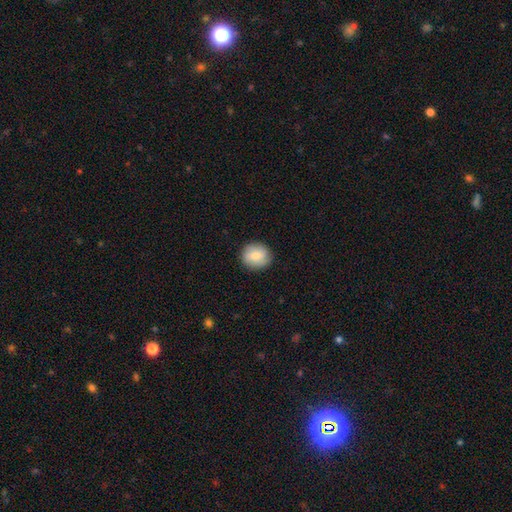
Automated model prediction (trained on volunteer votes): Smooth or featured? Predicted: smooth (p=0.77). How rounded? Predicted: round (p=0.86). Merging? Predicted: none (p=0.86).